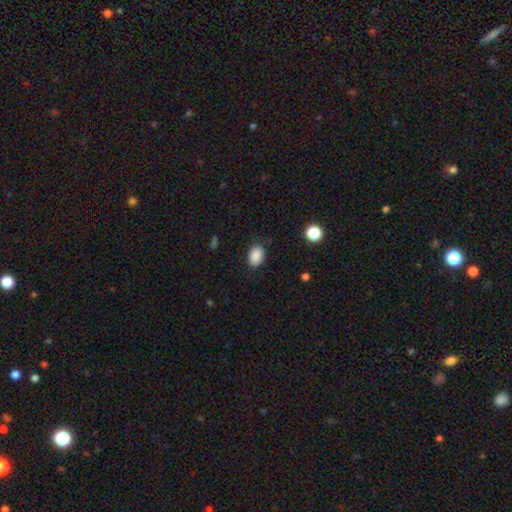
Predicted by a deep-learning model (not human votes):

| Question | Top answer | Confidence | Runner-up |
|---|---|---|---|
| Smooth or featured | smooth | 89% | star or artifact (8%) |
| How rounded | in between | 85% | round (14%) |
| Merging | none | 86% | minor disturbance (11%) |